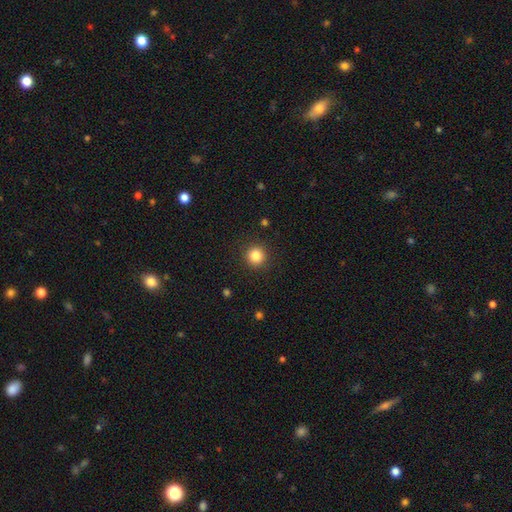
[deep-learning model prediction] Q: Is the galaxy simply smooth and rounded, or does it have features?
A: smooth — 84%.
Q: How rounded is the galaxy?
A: round — 94%.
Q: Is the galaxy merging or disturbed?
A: none — 91%.